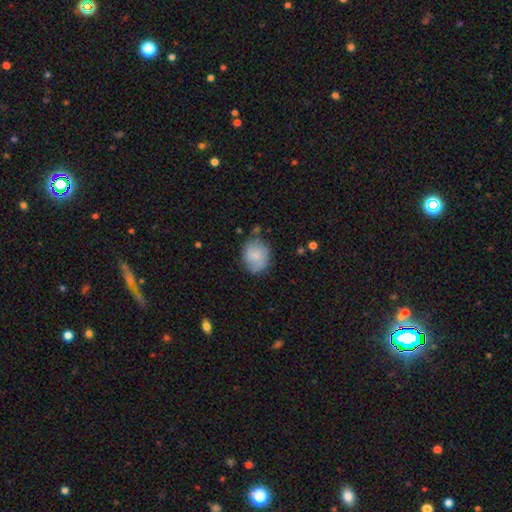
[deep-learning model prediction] The model was most divided on "how rounded": round: 64%, in between: 35%, cigar-shaped: 1%. More confident: smooth or featured — smooth (74%); merging — none (66%).